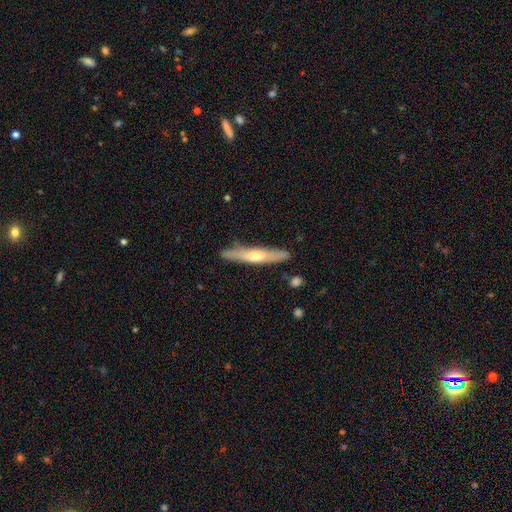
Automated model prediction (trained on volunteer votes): Smooth or featured? featured or disk (51%)
Edge-on disk? yes (88%)
Merging? none (85%)